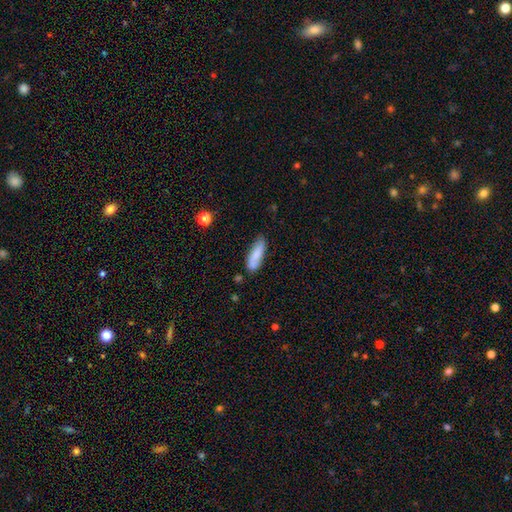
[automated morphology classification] Smooth or featured? smooth (73%)
How rounded? in between (52%)
Merging? none (70%)